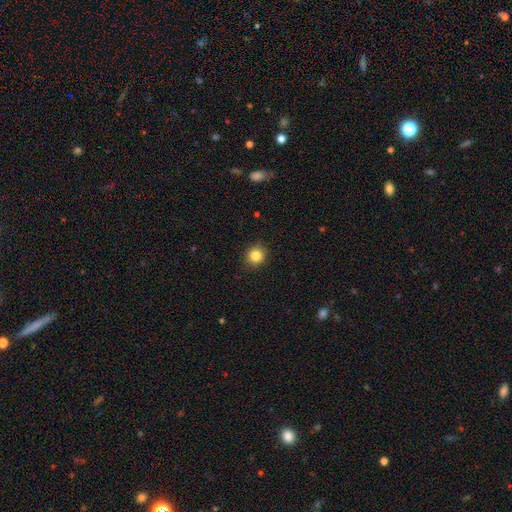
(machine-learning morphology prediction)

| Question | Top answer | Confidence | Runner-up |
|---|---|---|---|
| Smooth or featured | smooth | 84% | star or artifact (11%) |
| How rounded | round | 89% | in between (10%) |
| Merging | none | 90% | minor disturbance (7%) |